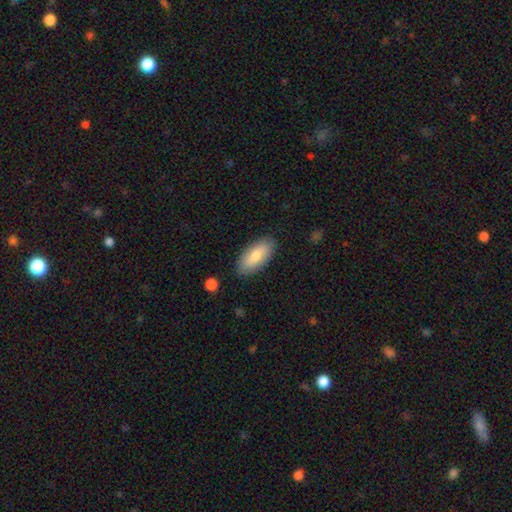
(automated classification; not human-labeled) A smooth galaxy with no disk features (77%) that is in between round and cigar-shaped (88%).

Vote fractions:
- Smooth or featured? smooth: 77% / featured or disk: 17% / star or artifact: 6%
- How rounded? in between: 88% / cigar-shaped: 10% / round: 2%
- Merging? none: 87% / minor disturbance: 10% / major disturbance: 2% / merger: 1%